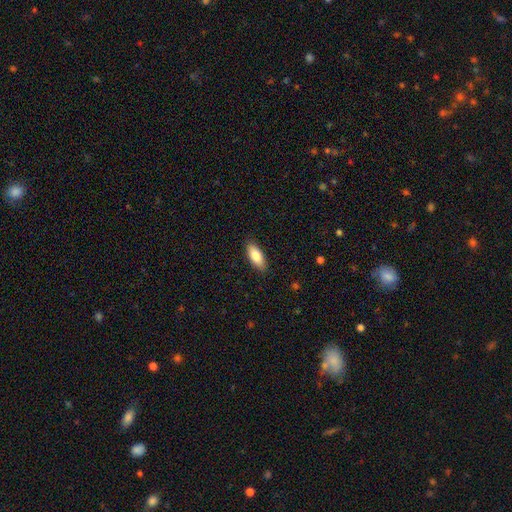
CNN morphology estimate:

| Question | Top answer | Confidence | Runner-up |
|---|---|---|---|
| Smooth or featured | smooth | 83% | featured or disk (11%) |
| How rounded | in between | 80% | cigar-shaped (18%) |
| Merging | none | 88% | minor disturbance (9%) |